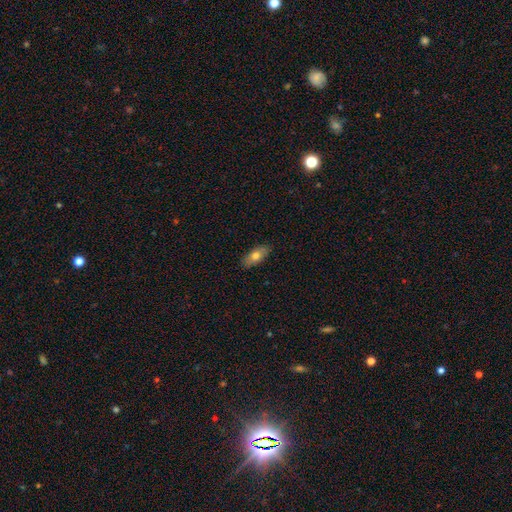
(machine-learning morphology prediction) smooth-or-featured: smooth: 71% | featured or disk: 22% | star or artifact: 7%
  how-rounded: in between: 83% | cigar-shaped: 14% | round: 3%
  merging: none: 87% | minor disturbance: 10% | major disturbance: 2% | merger: 1%